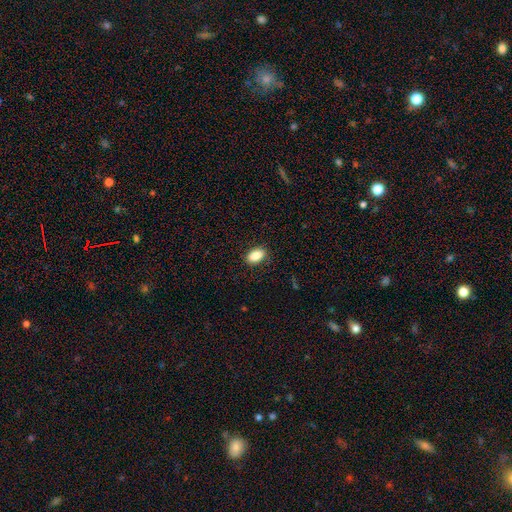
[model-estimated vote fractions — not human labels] smooth-or-featured: smooth: 88% | star or artifact: 7% | featured or disk: 5%
  how-rounded: in between: 91% | round: 7% | cigar-shaped: 2%
  merging: none: 86% | minor disturbance: 10% | major disturbance: 3% | merger: 1%